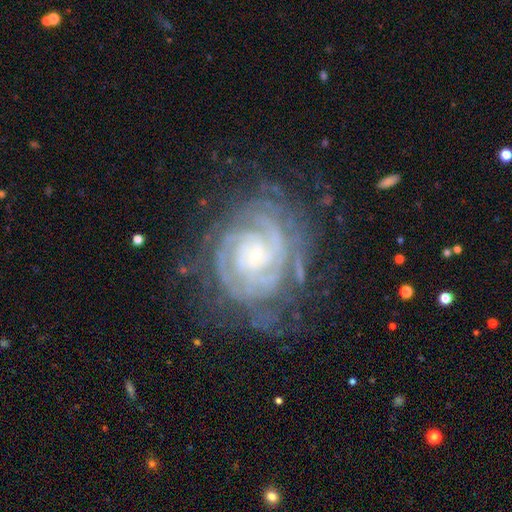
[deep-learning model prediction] featured or disk 87%, star or artifact 7%, smooth 6%. Down the decision tree: edge-on disk — no (97%); bar — no (67%); spiral arms — yes (96%); spiral arm count — can't tell (29%); spiral winding — tight (79%); bulge size — small (79%); merging — none (67%).